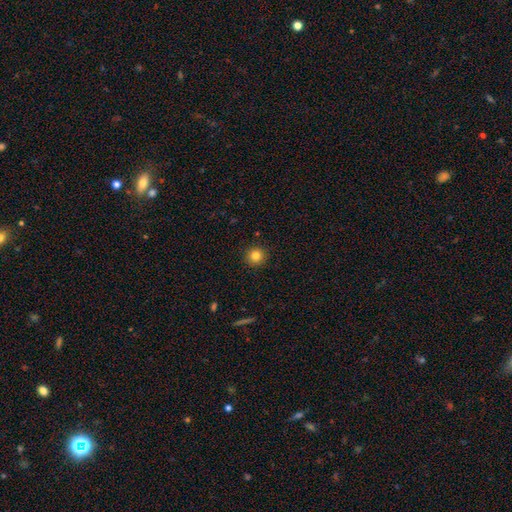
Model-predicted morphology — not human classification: A smooth galaxy with no disk features (82%) that is round (95%).

Vote fractions:
- Smooth or featured? smooth: 82% / star or artifact: 12% / featured or disk: 6%
- How rounded? round: 95% / in between: 4% / cigar-shaped: 1%
- Merging? none: 92% / minor disturbance: 5% / major disturbance: 2% / merger: 1%